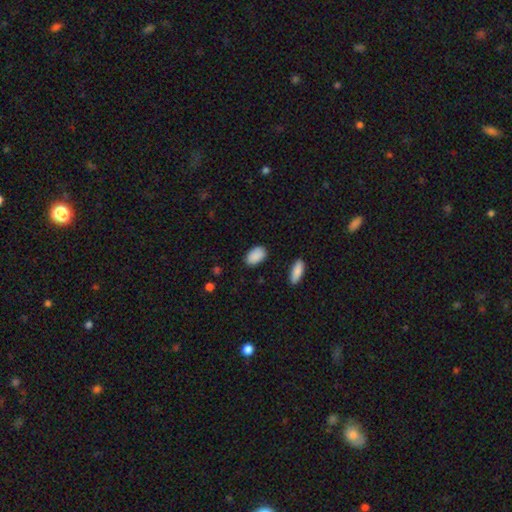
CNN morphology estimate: A smooth galaxy with no disk features (90%) that is in between round and cigar-shaped (92%). Merging: none (86%).